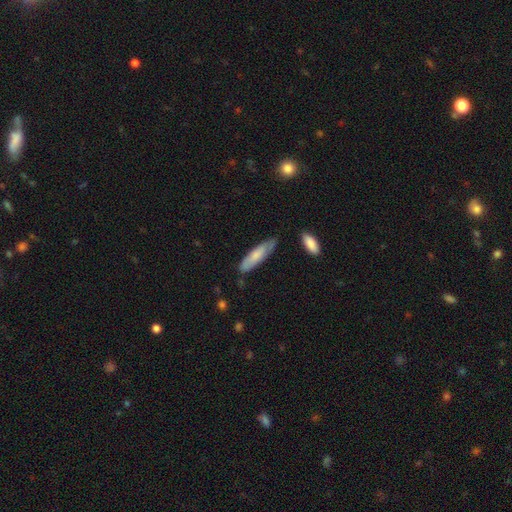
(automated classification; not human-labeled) smooth_or_featured: smooth (p=0.71) [alt: featured or disk p=0.23]
how_rounded: cigar-shaped (p=0.72) [alt: in between p=0.26]
merging: none (p=0.73) [alt: minor disturbance p=0.20]